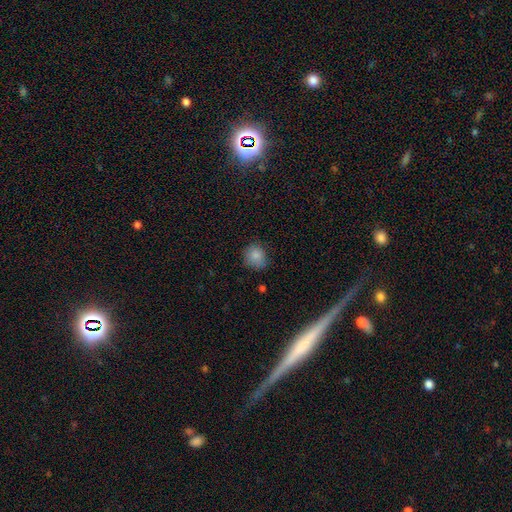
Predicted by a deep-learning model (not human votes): Overall: smooth (84%). How rounded: round (79%). Merging: none (76%).